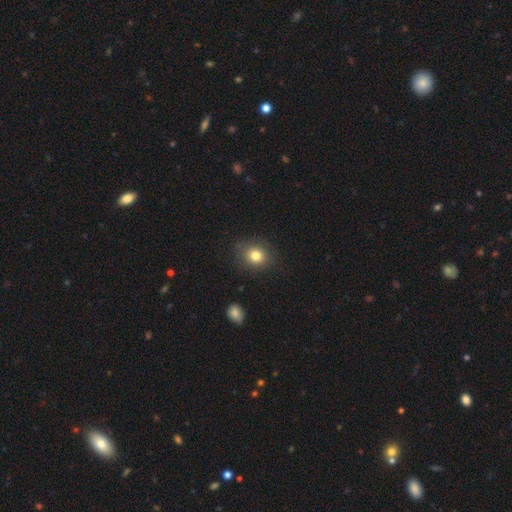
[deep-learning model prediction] Smooth or featured?
  - smooth: 80% *
  - star or artifact: 11%
  - featured or disk: 9%
How rounded?
  - round: 71% *
  - in between: 29%
  - cigar-shaped: 1%
Merging?
  - none: 82% *
  - minor disturbance: 12%
  - major disturbance: 4%
  - merger: 2%